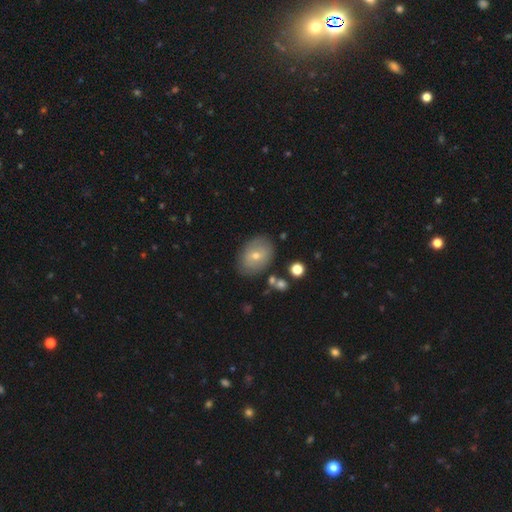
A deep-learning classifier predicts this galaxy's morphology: smooth_or_featured: smooth (p=0.59) [alt: featured or disk p=0.31]
how_rounded: in between (p=0.75) [alt: round p=0.24]
merging: none (p=0.82) [alt: minor disturbance p=0.12]